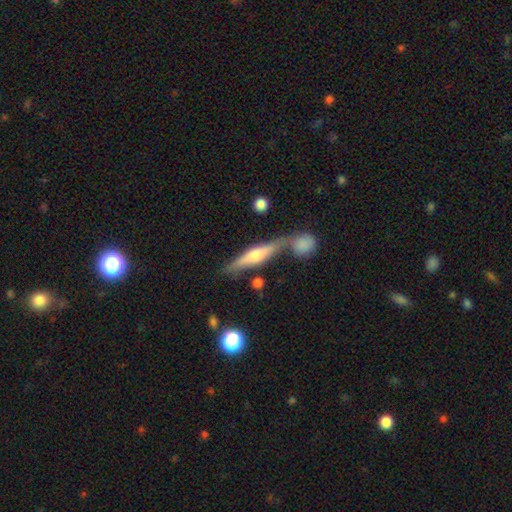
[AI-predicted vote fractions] This is likely a featured or disk galaxy (63%). It is clearly viewed edge-on (95%). Edge-on bulge: clearly rounded (81%). Merging: likely none (65%).